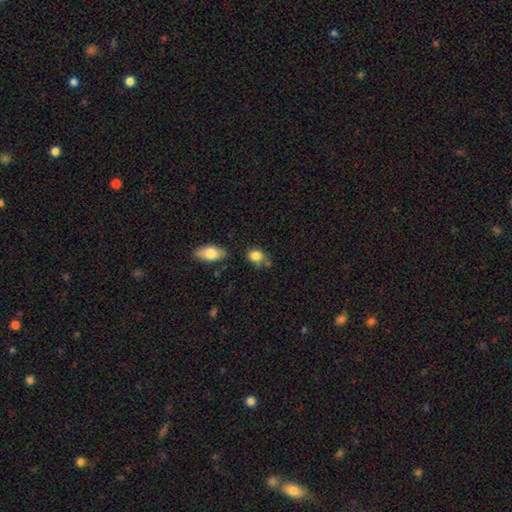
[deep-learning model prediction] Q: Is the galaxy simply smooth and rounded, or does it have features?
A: smooth — 84%.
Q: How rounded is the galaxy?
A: in between — 55%.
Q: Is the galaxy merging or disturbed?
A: none — 56%.